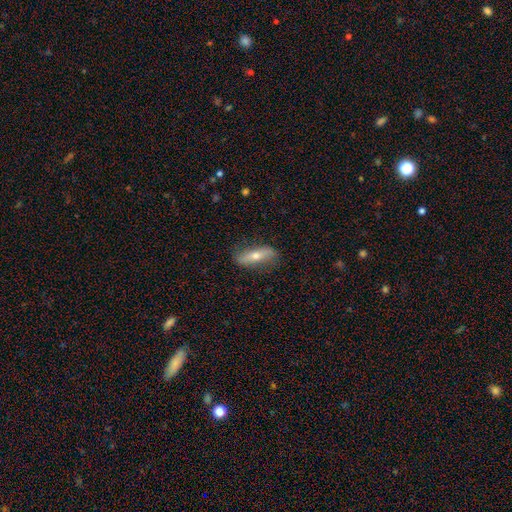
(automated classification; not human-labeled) Overall: featured or disk (48%; smooth 45%). Merging: none (80%).